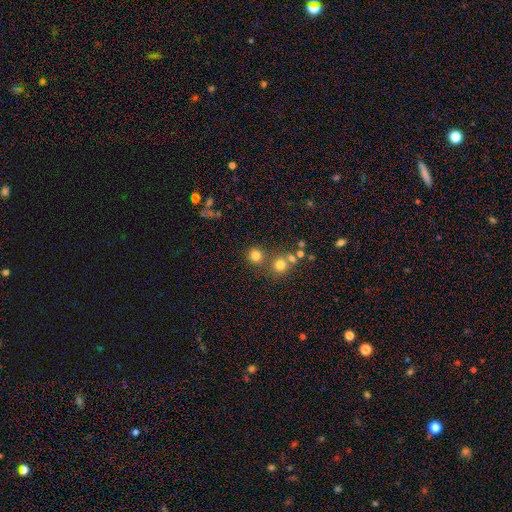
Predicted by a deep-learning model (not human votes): This is likely a smooth galaxy (78%). How rounded: clearly round (92%). Merging: likely none (71%).